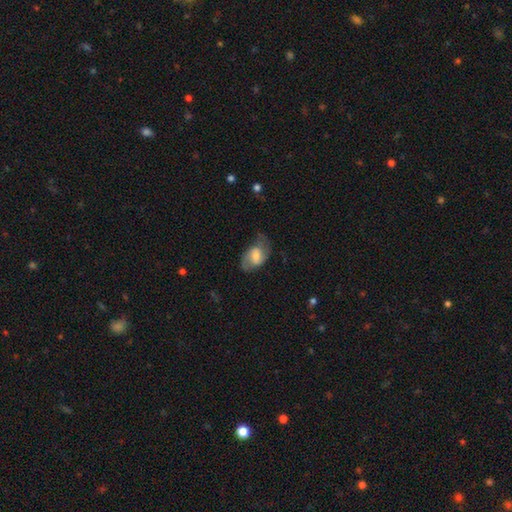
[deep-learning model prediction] This is possibly a featured or disk galaxy (49%). Merging: possibly none (51%).